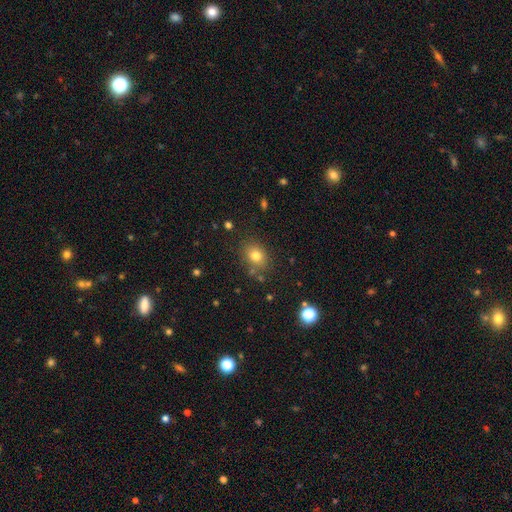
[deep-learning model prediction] Smooth or featured? smooth (78%)
How rounded? in between (51%)
Merging? none (79%)